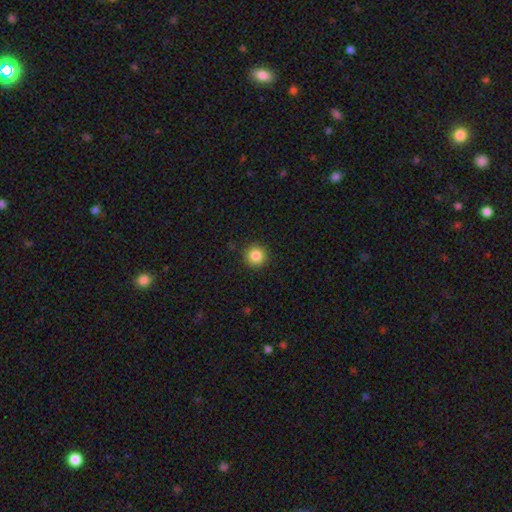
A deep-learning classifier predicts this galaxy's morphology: smooth-or-featured: smooth: 85% | star or artifact: 10% | featured or disk: 5%
  how-rounded: round: 95% | in between: 4% | cigar-shaped: 1%
  merging: none: 91% | minor disturbance: 6% | major disturbance: 2% | merger: 1%